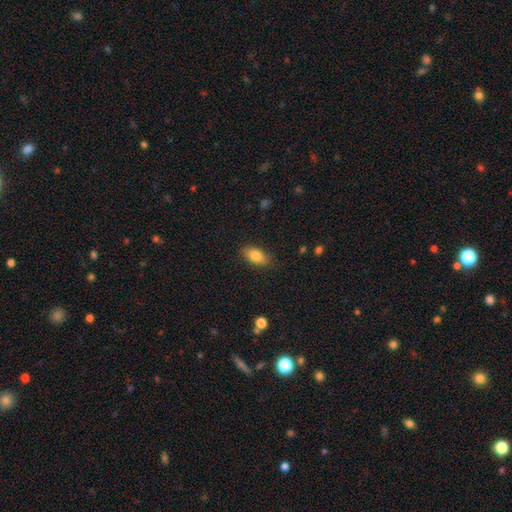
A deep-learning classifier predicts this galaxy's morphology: smooth_or_featured: smooth (p=0.83) [alt: featured or disk p=0.09]
how_rounded: in between (p=0.89) [alt: cigar-shaped p=0.06]
merging: none (p=0.84) [alt: minor disturbance p=0.12]